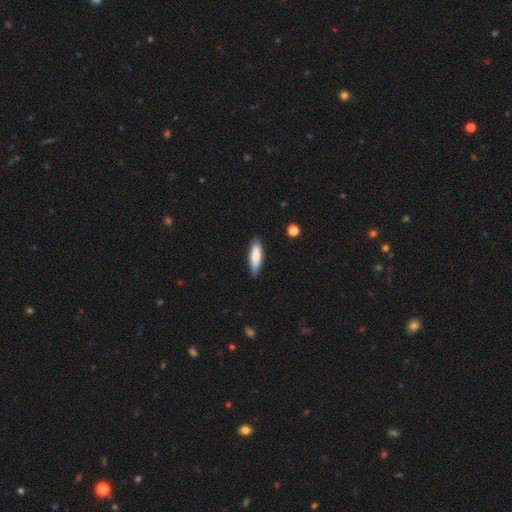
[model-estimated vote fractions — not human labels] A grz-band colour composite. It shows a smooth galaxy with no disk features (80%) that is cigar-shaped (52%). Merging: none (84%).